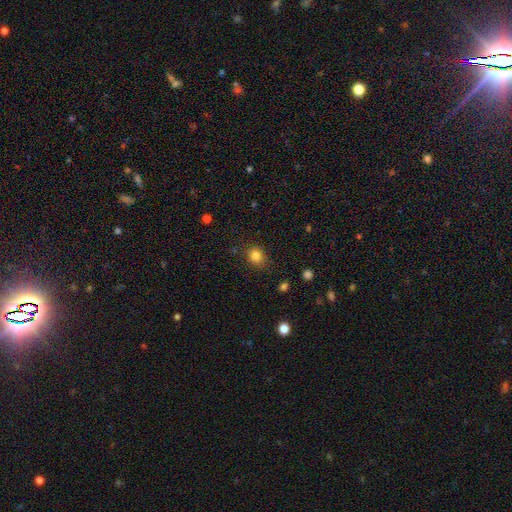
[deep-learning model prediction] A smooth galaxy with no disk features (82%) that is round (71%). Merging: none (82%).